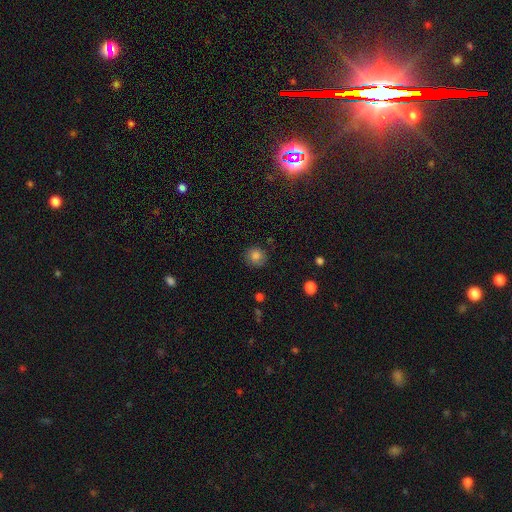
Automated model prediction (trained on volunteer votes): A smooth galaxy with no disk features (83%) that is round (86%).

Vote fractions:
- Smooth or featured? smooth: 83% / star or artifact: 10% / featured or disk: 6%
- How rounded? round: 86% / in between: 13% / cigar-shaped: 1%
- Merging? none: 84% / minor disturbance: 12% / major disturbance: 3% / merger: 1%